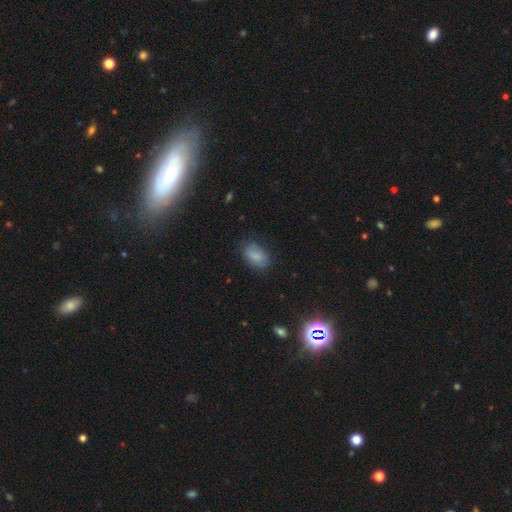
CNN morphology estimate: The model was most divided on "merging": none: 73%, minor disturbance: 20%, major disturbance: 6%, merger: 1%. More confident: how rounded — in between (87%); smooth or featured — smooth (82%).